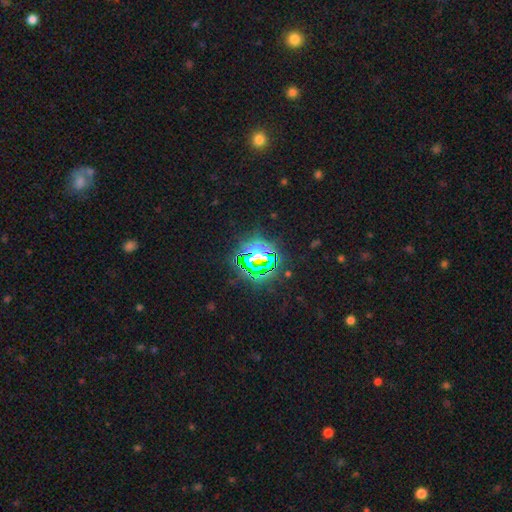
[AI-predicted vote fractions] star or artifact 80%, smooth 11%, featured or disk 9%.